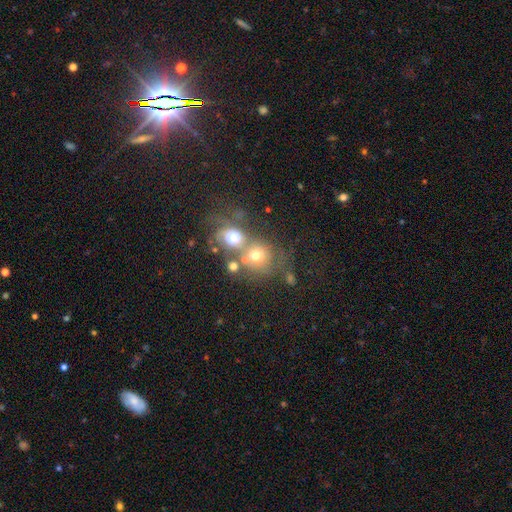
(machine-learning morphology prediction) Smooth or featured: smooth — 58% (featured or disk — 24%)
How rounded: round — 78% (in between — 21%)
Merging: merger — 48% (none — 33%)